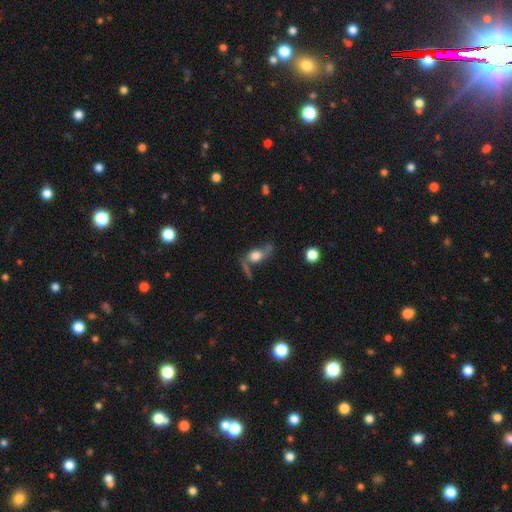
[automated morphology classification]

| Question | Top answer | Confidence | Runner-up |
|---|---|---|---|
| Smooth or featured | featured or disk | 58% | smooth (31%) |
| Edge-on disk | no | 69% | yes (31%) |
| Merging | none | 54% | minor disturbance (20%) |